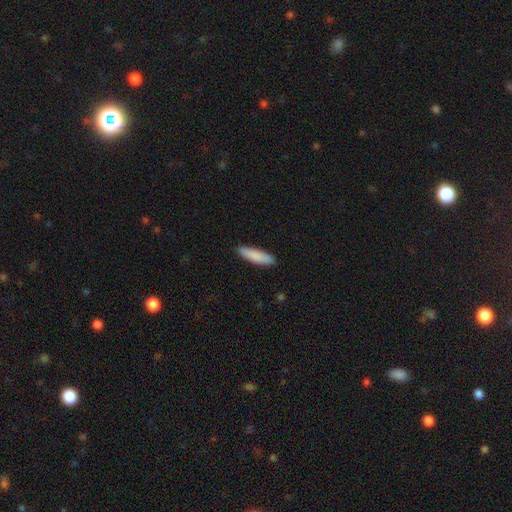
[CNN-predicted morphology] Smooth or featured: smooth — 87% (featured or disk — 8%)
How rounded: cigar-shaped — 68% (in between — 30%)
Merging: none — 89% (minor disturbance — 9%)